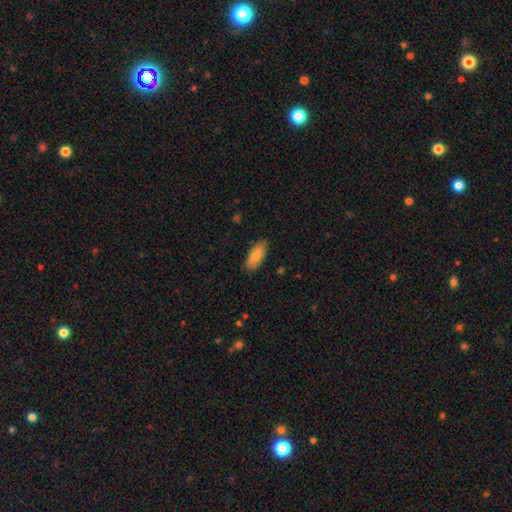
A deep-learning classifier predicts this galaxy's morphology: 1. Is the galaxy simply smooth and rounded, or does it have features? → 81% smooth, 13% featured or disk, 6% star or artifact.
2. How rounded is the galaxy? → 84% in between, 14% cigar-shaped, 2% round.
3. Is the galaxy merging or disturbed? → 85% none, 12% minor disturbance, 2% major disturbance, 1% merger.